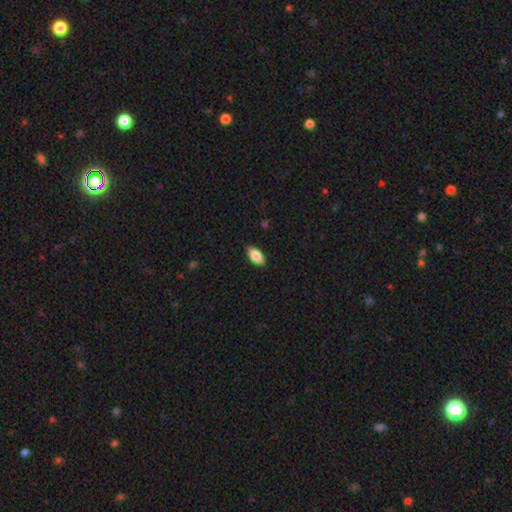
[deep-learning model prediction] Smooth or featured: smooth — 84% (featured or disk — 10%)
How rounded: in between — 89% (cigar-shaped — 8%)
Merging: none — 87% (minor disturbance — 10%)